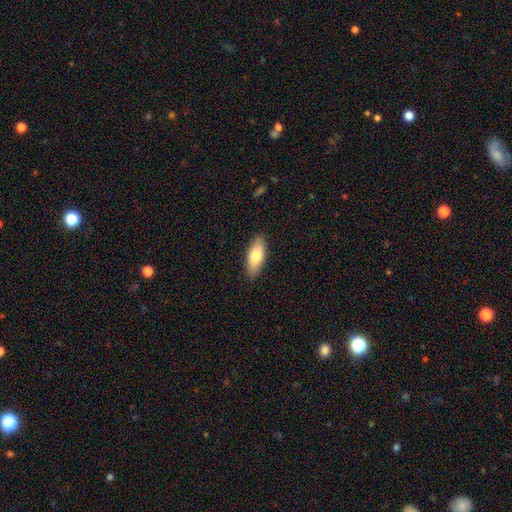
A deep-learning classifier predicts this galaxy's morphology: type=smooth (77%); roundness=in between (78%); merging=none (88%).